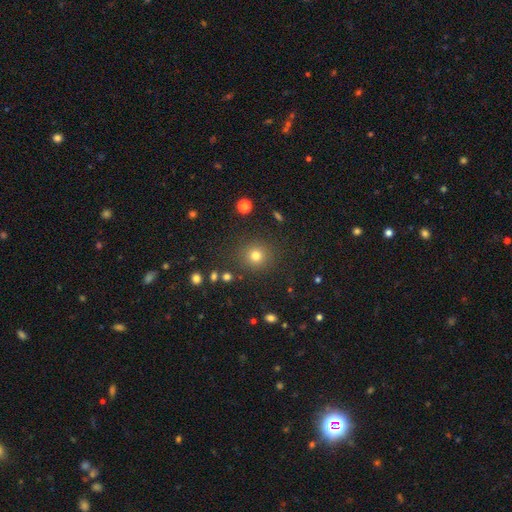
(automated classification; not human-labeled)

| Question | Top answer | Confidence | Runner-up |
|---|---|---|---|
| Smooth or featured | smooth | 78% | star or artifact (15%) |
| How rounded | round | 91% | in between (8%) |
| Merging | none | 87% | minor disturbance (7%) |